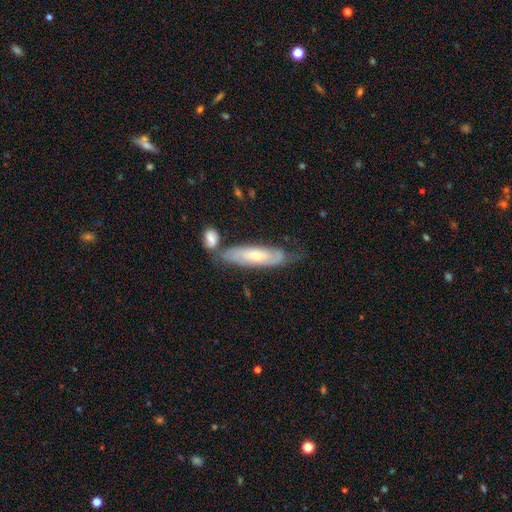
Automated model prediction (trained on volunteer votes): smooth-or-featured: featured or disk: 66% | smooth: 28% | star or artifact: 6%
  disk-edge-on: no: 74% | yes: 26%
  merging: none: 56% | minor disturbance: 22% | merger: 15% | major disturbance: 7%